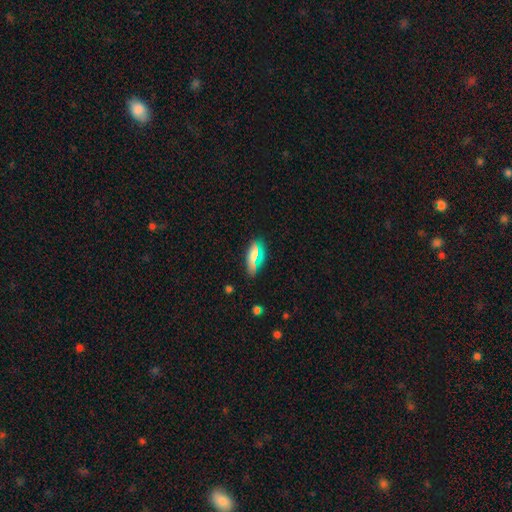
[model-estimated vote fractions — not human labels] Smooth or featured? Predicted: smooth (p=0.64). How rounded? Predicted: in between (p=0.75). Merging? Predicted: none (p=0.80).